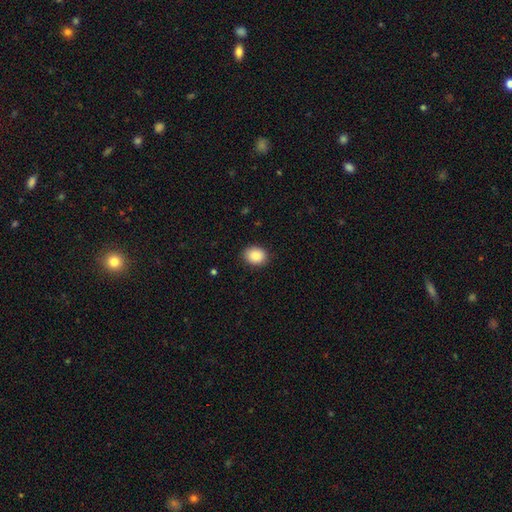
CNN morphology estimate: type=smooth (89%); roundness=in between (51%); merging=none (88%).